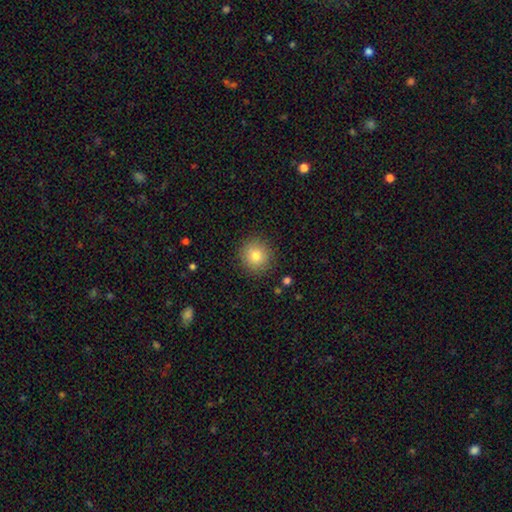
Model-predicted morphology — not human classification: type=smooth (79%); roundness=round (92%); merging=none (89%).